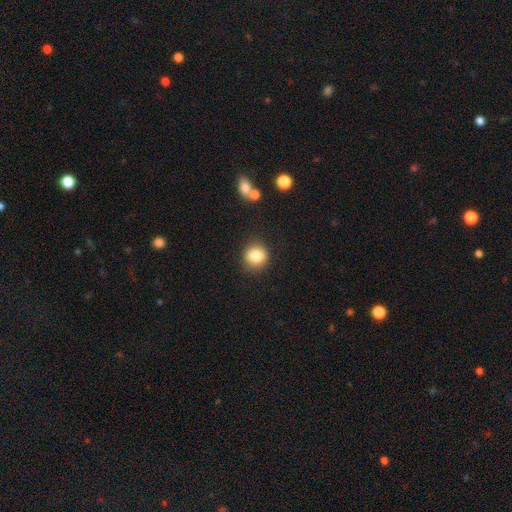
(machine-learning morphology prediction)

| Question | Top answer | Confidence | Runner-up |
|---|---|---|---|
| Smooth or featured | smooth | 83% | star or artifact (10%) |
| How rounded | round | 90% | in between (9%) |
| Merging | none | 85% | minor disturbance (9%) |